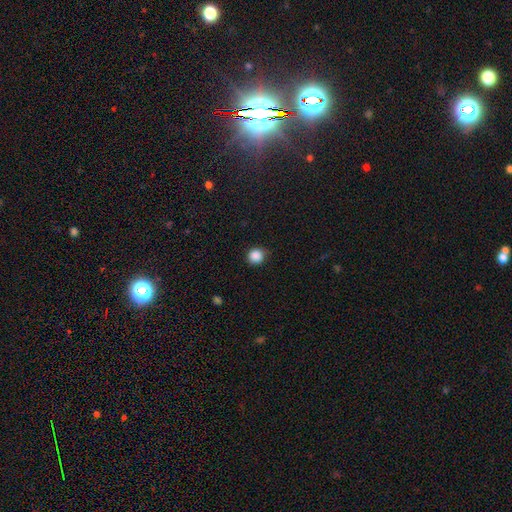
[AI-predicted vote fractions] This appears to be a smooth galaxy with no disk features (87%) that is round (93%). Merging: none (84%).